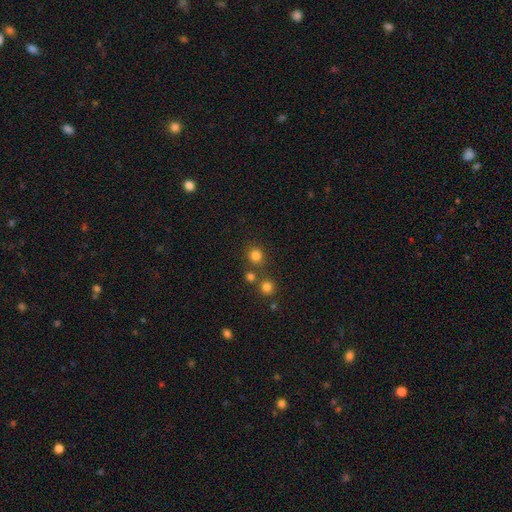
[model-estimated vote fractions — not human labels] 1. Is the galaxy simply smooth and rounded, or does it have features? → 79% smooth, 16% star or artifact, 5% featured or disk.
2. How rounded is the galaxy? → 89% round, 10% in between, 1% cigar-shaped.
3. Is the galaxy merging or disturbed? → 75% none, 14% merger, 8% minor disturbance, 3% major disturbance.